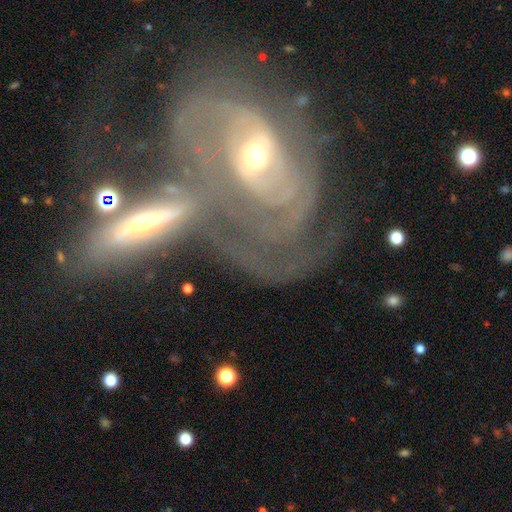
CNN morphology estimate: type=featured or disk (81%); edge-on=no (87%); bar=no (56%); spiral arms=yes (85%); winding=tight (57%); arm count=can't tell (45%); bulge=moderate (50%); merging=merger (52%).